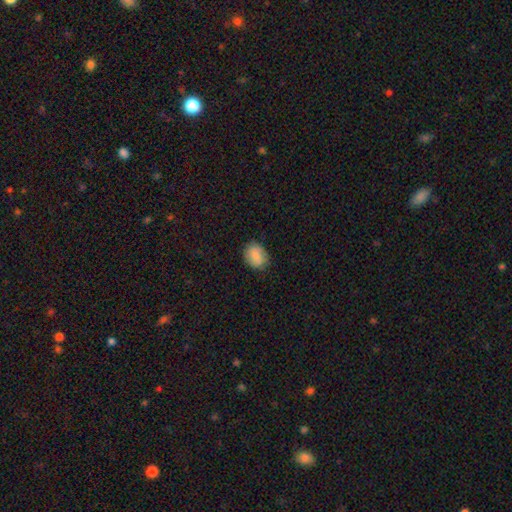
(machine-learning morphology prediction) type=smooth (81%); roundness=in between (51%); merging=none (77%).